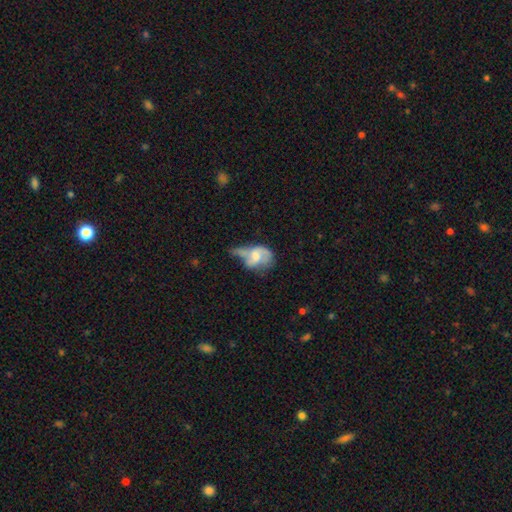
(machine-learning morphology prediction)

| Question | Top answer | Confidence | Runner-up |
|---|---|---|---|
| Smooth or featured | featured or disk | 52% | smooth (40%) |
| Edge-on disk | no | 96% | yes (4%) |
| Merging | major disturbance | 40% | minor disturbance (24%) |